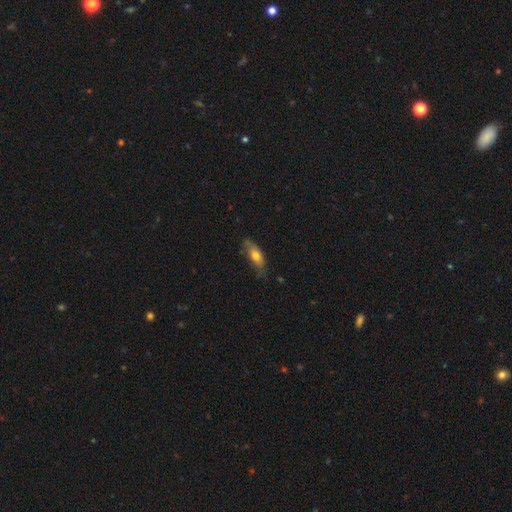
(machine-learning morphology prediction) This is likely a smooth galaxy (64%). How rounded: likely in between (68%). Merging: likely none (63%).